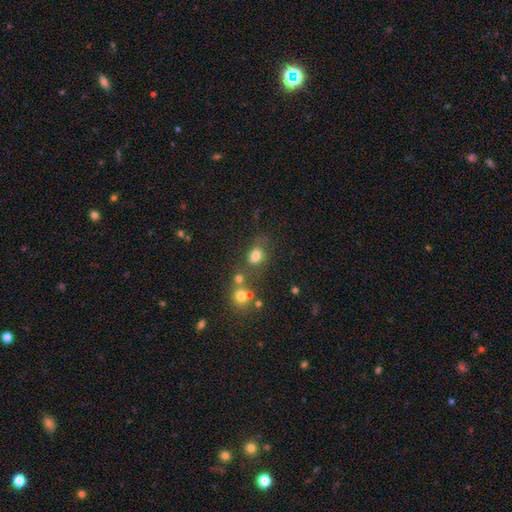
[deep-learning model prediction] A smooth galaxy with no disk features (76%) that is in between round and cigar-shaped (63%). Merging: none (52%).